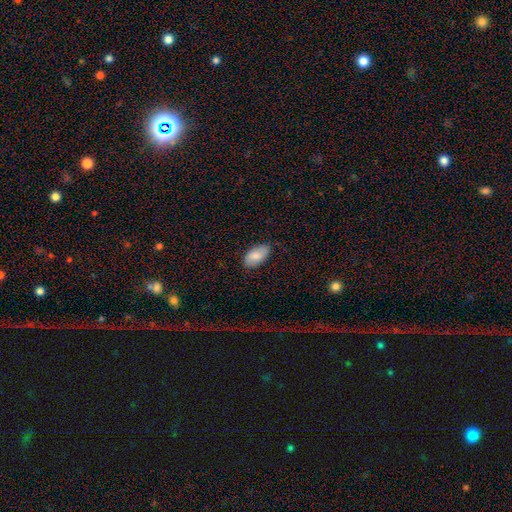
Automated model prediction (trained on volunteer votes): This is clearly a smooth galaxy (80%). How rounded: clearly in between (95%). Merging: likely none (79%).